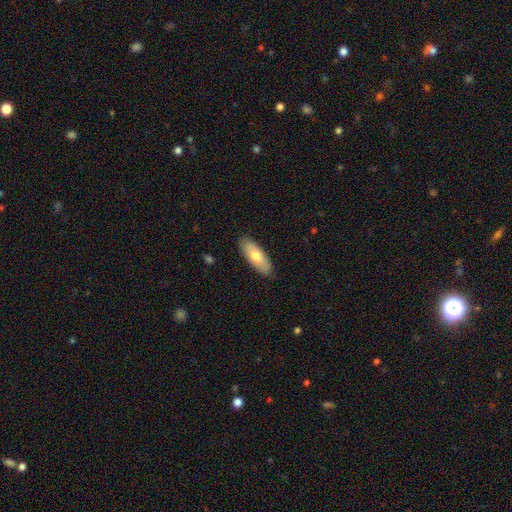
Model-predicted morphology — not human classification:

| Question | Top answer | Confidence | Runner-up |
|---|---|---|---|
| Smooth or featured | smooth | 70% | featured or disk (25%) |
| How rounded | in between | 75% | cigar-shaped (23%) |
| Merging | none | 88% | minor disturbance (10%) |